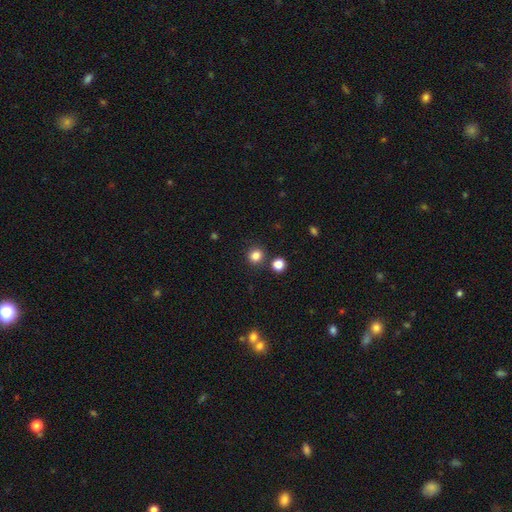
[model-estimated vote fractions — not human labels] Morphology: type=smooth (82%); roundness=round (88%); merging=none (84%).